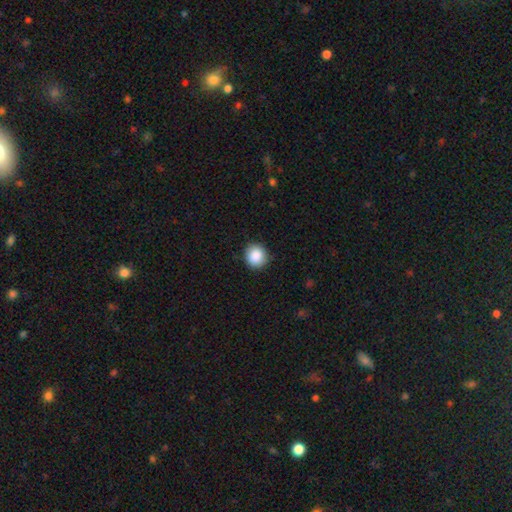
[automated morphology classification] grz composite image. It shows a smooth galaxy with no disk features (88%) that is round (88%). Merging: none (88%).